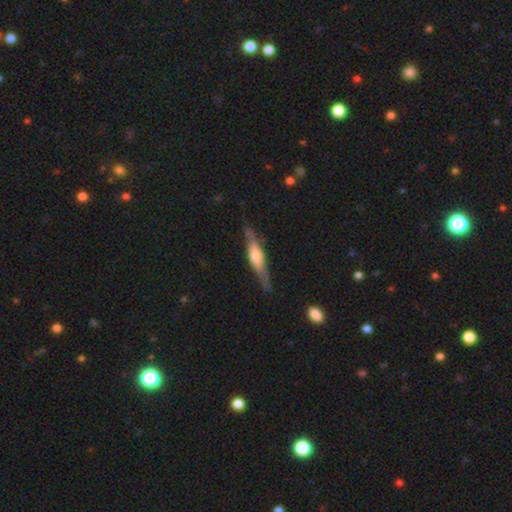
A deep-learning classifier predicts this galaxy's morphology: Overall: featured or disk (65%; smooth 30%). Edge-on disk: yes (92%). Edge-on bulge: rounded (78%). Merging: none (79%).